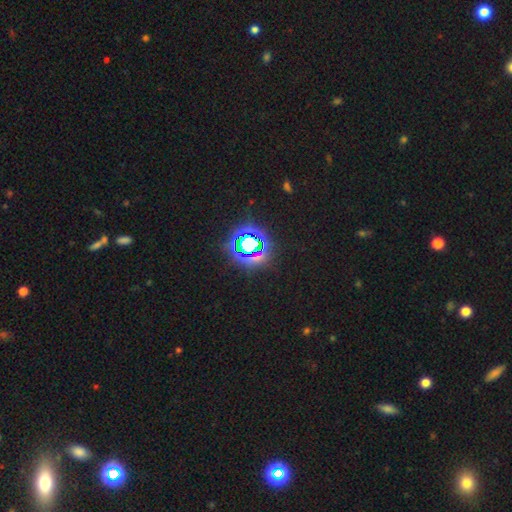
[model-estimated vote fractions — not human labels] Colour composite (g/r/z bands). It shows a star or artifact, not a galaxy (75%).